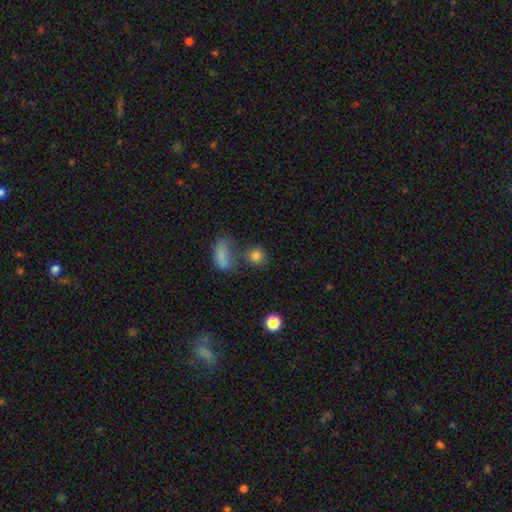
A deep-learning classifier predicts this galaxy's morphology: Smooth or featured: smooth — 81% (star or artifact — 12%)
How rounded: round — 81% (in between — 17%)
Merging: none — 64% (merger — 20%)